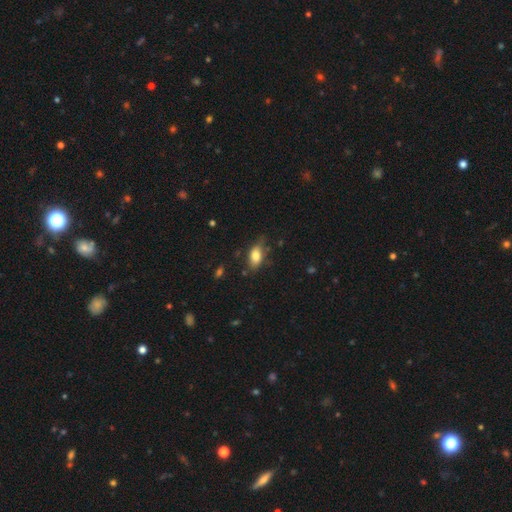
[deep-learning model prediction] This is likely a smooth galaxy (79%). How rounded: clearly in between (87%). Merging: likely none (64%).